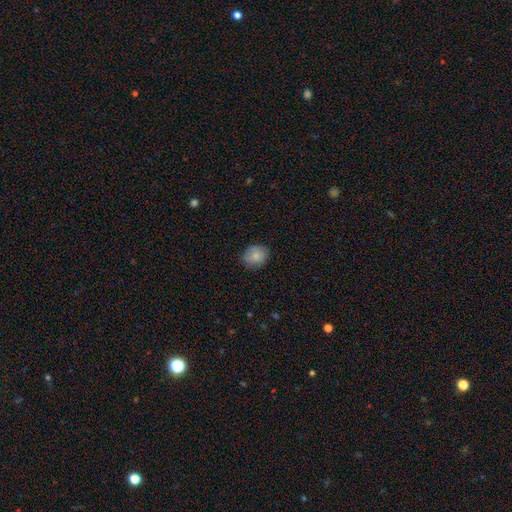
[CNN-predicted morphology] Smooth or featured? smooth (81%)
How rounded? round (58%)
Merging? none (77%)